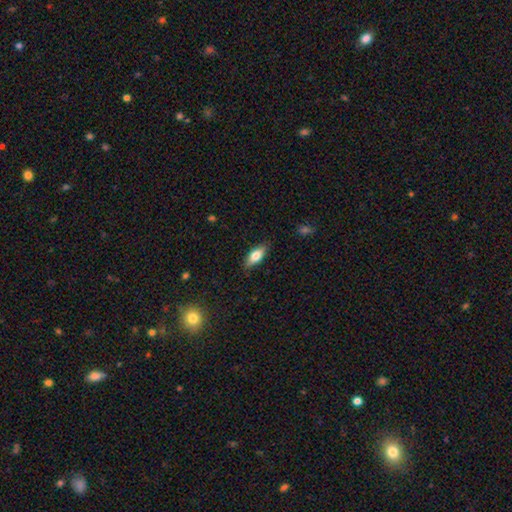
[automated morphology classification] Overall: smooth (73%). How rounded: in between (76%). Merging: none (85%).